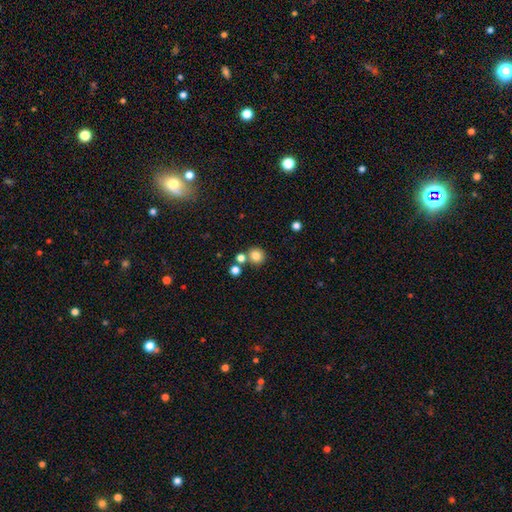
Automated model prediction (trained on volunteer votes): The model was most divided on "merging": none: 73%, merger: 16%, minor disturbance: 8%, major disturbance: 3%. More confident: how rounded — round (89%); smooth or featured — smooth (80%).